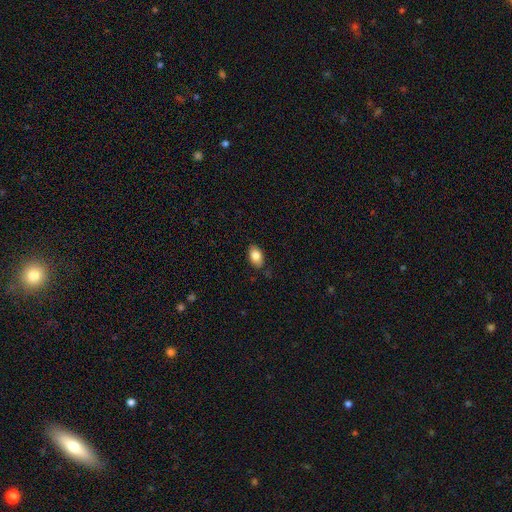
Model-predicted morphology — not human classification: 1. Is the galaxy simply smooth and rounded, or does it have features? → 84% smooth, 9% featured or disk, 7% star or artifact.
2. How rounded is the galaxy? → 91% in between, 7% round, 2% cigar-shaped.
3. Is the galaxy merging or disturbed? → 81% none, 15% minor disturbance, 3% major disturbance, 1% merger.